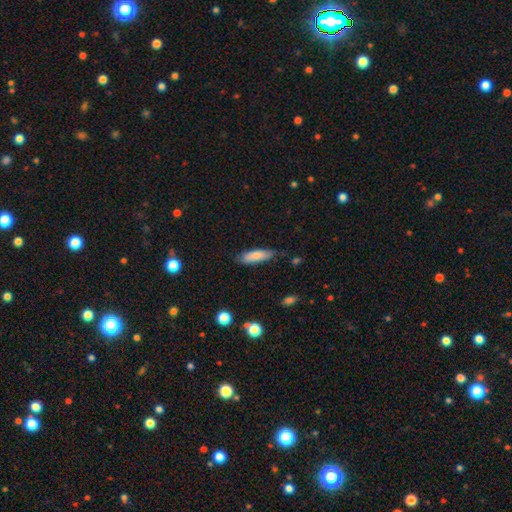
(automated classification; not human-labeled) Smooth or featured?
  - smooth: 80% *
  - featured or disk: 14%
  - star or artifact: 6%
How rounded?
  - cigar-shaped: 51% *
  - in between: 47%
  - round: 2%
Merging?
  - none: 73% *
  - minor disturbance: 22%
  - major disturbance: 4%
  - merger: 2%